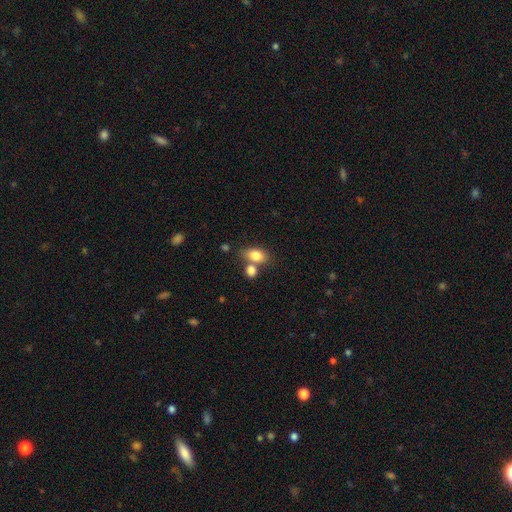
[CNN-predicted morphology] This is clearly a smooth galaxy (81%). How rounded: clearly in between (83%). Merging: possibly none (51%).